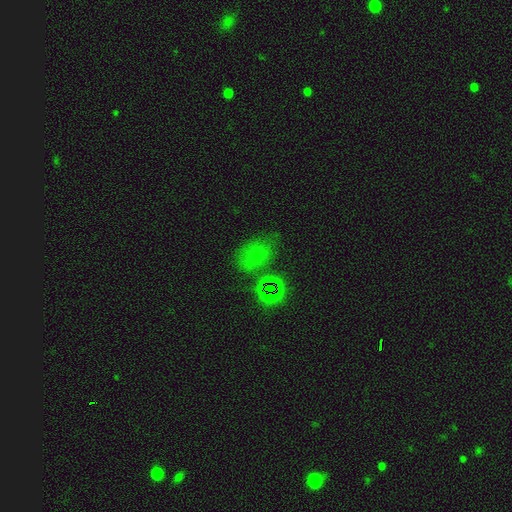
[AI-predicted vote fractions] smooth-or-featured: smooth: 52% | star or artifact: 35% | featured or disk: 13%
  how-rounded: in between: 71% | round: 27% | cigar-shaped: 2%
  merging: none: 60% | minor disturbance: 21% | major disturbance: 11% | merger: 8%